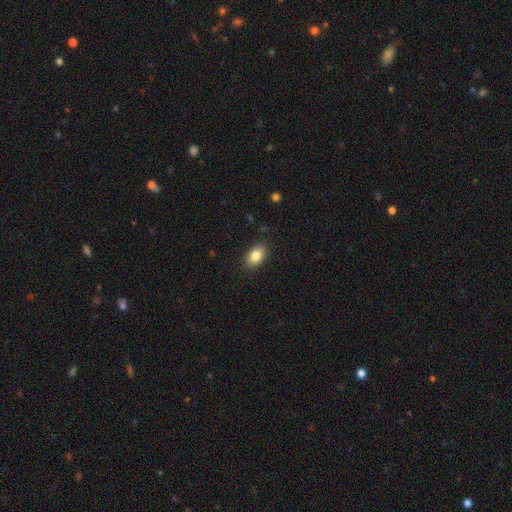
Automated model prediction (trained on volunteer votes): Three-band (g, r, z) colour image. It shows a smooth galaxy with no disk features (84%) that is in between round and cigar-shaped (88%). Merging: none (87%).